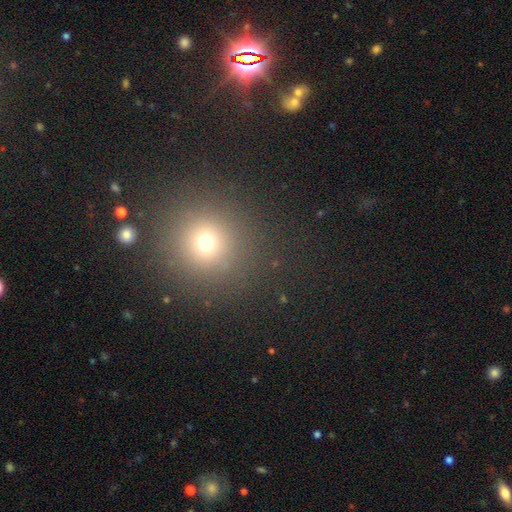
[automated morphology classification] Smooth or featured?
  - smooth: 58% *
  - star or artifact: 35%
  - featured or disk: 8%
How rounded?
  - round: 93% *
  - in between: 6%
  - cigar-shaped: 1%
Merging?
  - none: 89% *
  - minor disturbance: 6%
  - major disturbance: 3%
  - merger: 2%